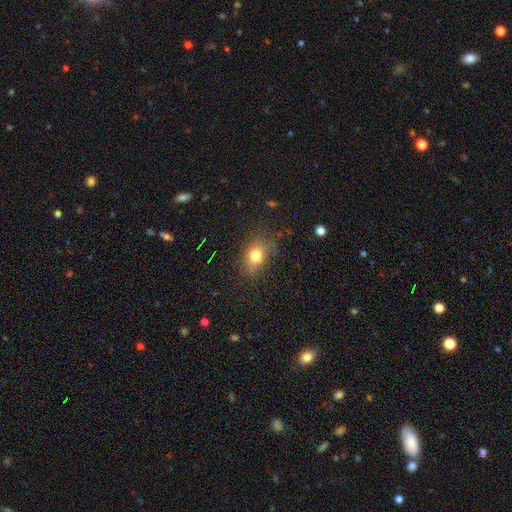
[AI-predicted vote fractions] Q: Smooth or featured?
A: smooth (76%); runner-up: star or artifact (13%)
Q: How rounded?
A: in between (67%); runner-up: round (31%)
Q: Merging?
A: none (73%); runner-up: minor disturbance (18%)